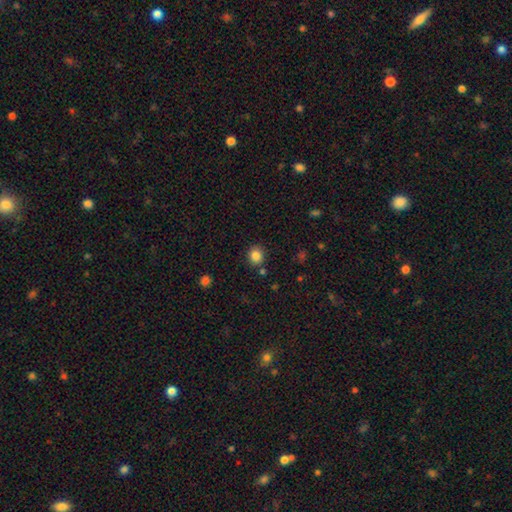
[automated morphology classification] This appears to be a smooth galaxy with no disk features (84%) that is round (76%). Merging: none (84%).